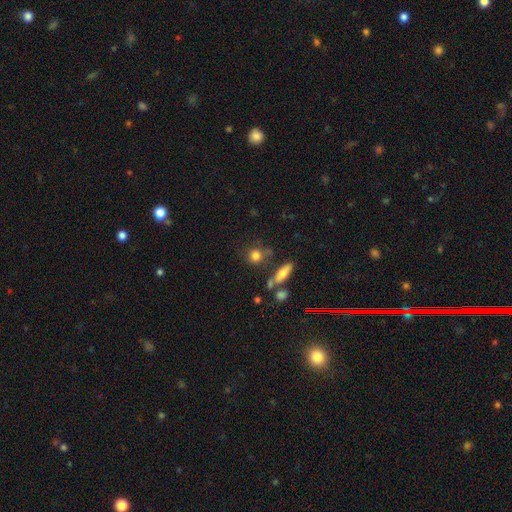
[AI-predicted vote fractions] Smooth or featured? smooth (78%)
How rounded? round (78%)
Merging? none (64%)